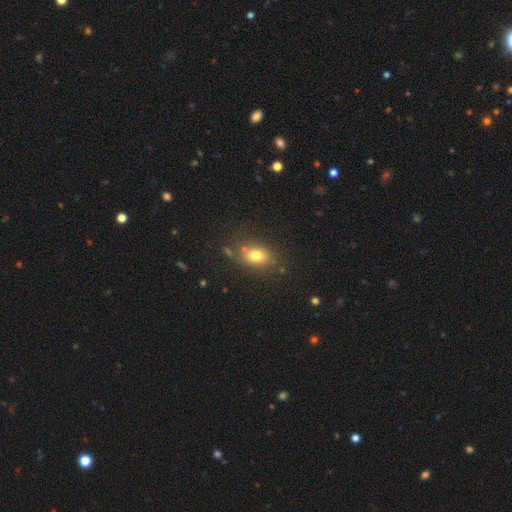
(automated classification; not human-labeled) Smooth or featured?
  - smooth: 76% *
  - star or artifact: 13%
  - featured or disk: 12%
How rounded?
  - in between: 63% *
  - round: 36%
  - cigar-shaped: 1%
Merging?
  - none: 73% *
  - minor disturbance: 15%
  - merger: 6%
  - major disturbance: 5%